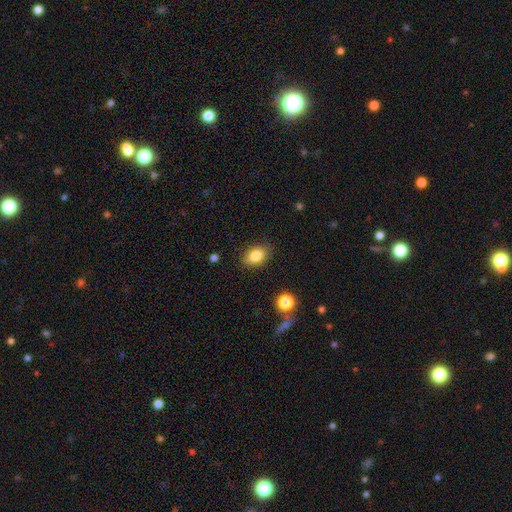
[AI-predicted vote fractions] The model was most divided on "how rounded": in between: 82%, round: 16%, cigar-shaped: 2%. More confident: merging — none (85%); smooth or featured — smooth (83%).